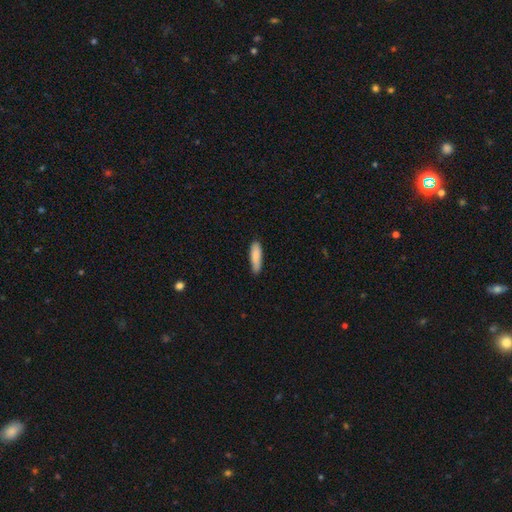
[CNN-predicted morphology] Q: Smooth or featured?
A: smooth (85%); runner-up: featured or disk (9%)
Q: How rounded?
A: cigar-shaped (59%); runner-up: in between (39%)
Q: Merging?
A: none (81%); runner-up: minor disturbance (15%)